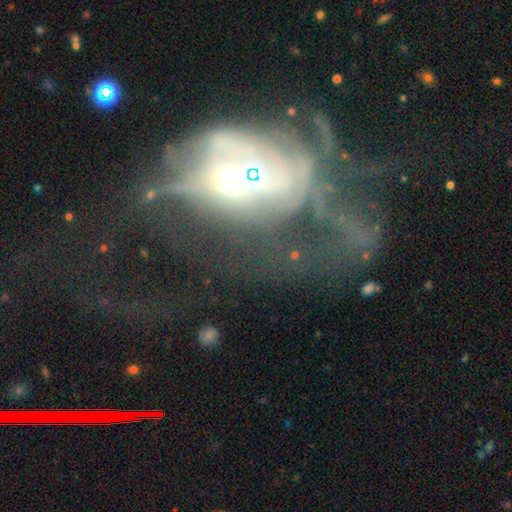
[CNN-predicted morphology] type=featured or disk (66%); edge-on=no (94%); bar=no (77%); spiral arms=no (60%); bulge=moderate (56%); merging=major disturbance (53%).